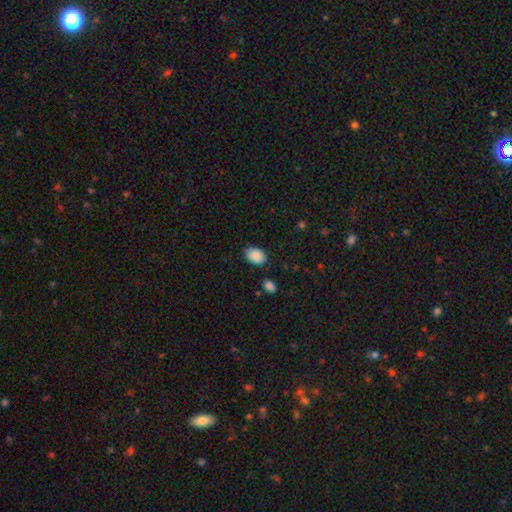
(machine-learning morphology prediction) Overall: smooth (90%). How rounded: in between (86%). Merging: none (82%).